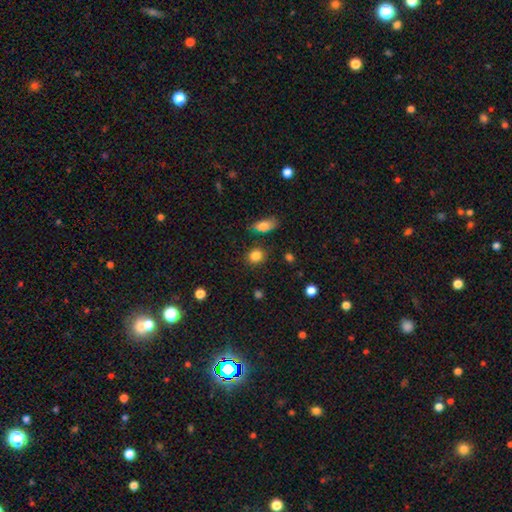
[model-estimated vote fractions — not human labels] smooth_or_featured: smooth (p=0.85) [alt: star or artifact p=0.10]
how_rounded: round (p=0.73) [alt: in between p=0.25]
merging: none (p=0.84) [alt: minor disturbance p=0.09]